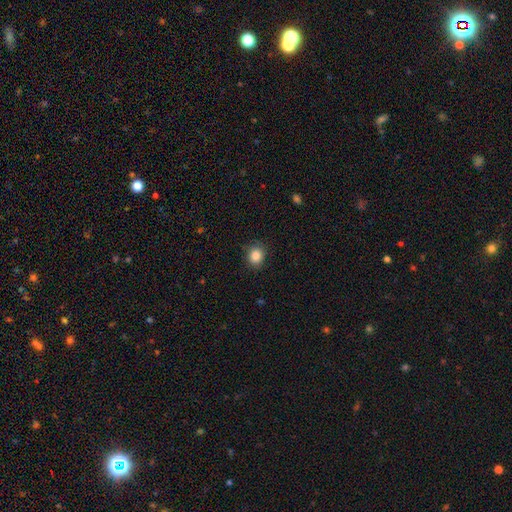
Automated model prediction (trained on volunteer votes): Smooth or featured? Predicted: smooth (p=0.86). How rounded? Predicted: round (p=0.69). Merging? Predicted: none (p=0.87).